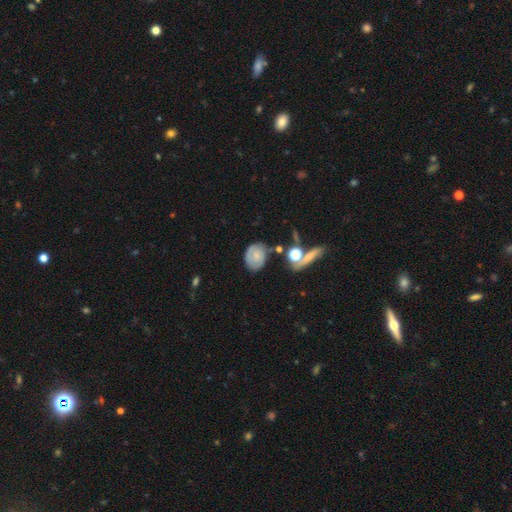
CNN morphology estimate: Q: Smooth or featured?
A: smooth (46%); runner-up: featured or disk (44%)
Q: Merging?
A: none (62%); runner-up: minor disturbance (22%)